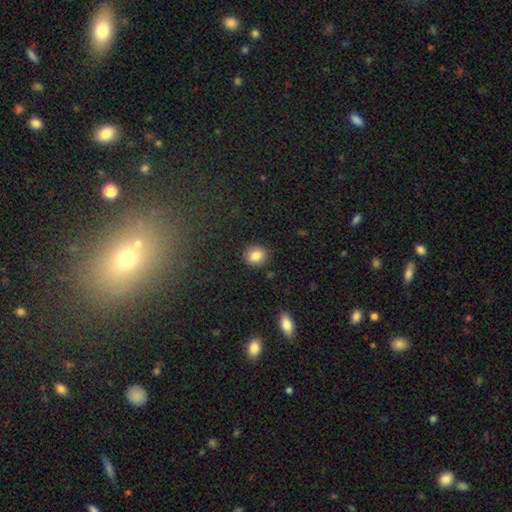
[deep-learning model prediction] Smooth or featured?
  - smooth: 84% *
  - star or artifact: 10%
  - featured or disk: 6%
How rounded?
  - round: 78% *
  - in between: 21%
  - cigar-shaped: 1%
Merging?
  - none: 88% *
  - minor disturbance: 9%
  - major disturbance: 2%
  - merger: 2%